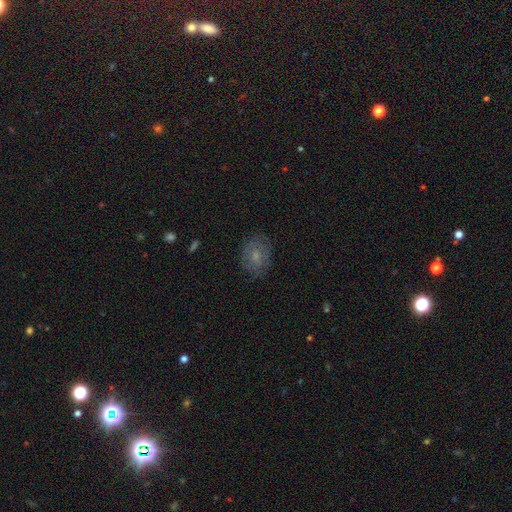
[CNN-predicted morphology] smooth-or-featured: smooth: 59% | featured or disk: 28% | star or artifact: 12%
  how-rounded: in between: 56% | round: 43% | cigar-shaped: 1%
  merging: none: 80% | minor disturbance: 15% | major disturbance: 4% | merger: 1%